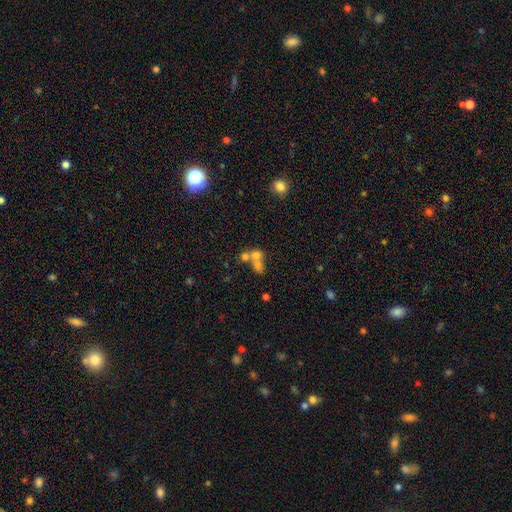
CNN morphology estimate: The model was most divided on "how rounded": round: 63%, in between: 35%, cigar-shaped: 2%. More confident: merging — merger (65%); smooth or featured — smooth (61%).